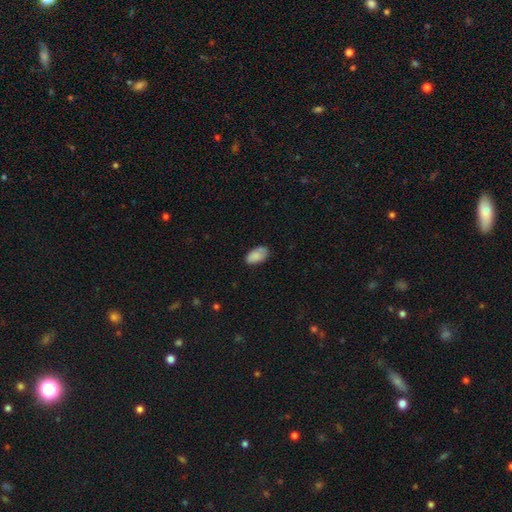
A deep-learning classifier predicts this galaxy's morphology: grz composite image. It shows a smooth galaxy with no disk features (87%) that is in between round and cigar-shaped (93%). Merging: none (73%).